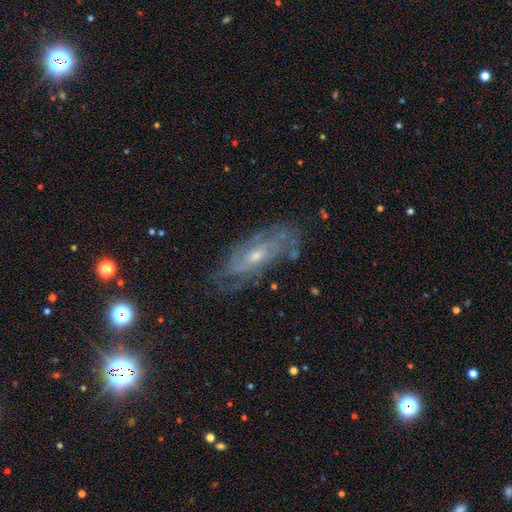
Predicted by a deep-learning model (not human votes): Smooth or featured?
  - featured or disk: 79% *
  - smooth: 12%
  - star or artifact: 10%
Edge-on disk?
  - no: 87% *
  - yes: 13%
Bar?
  - no: 55% *
  - weak: 36%
  - strong: 9%
Spiral arms?
  - yes: 90% *
  - no: 10%
Spiral winding?
  - tight: 54% *
  - medium: 35%
  - loose: 11%
Spiral arm count?
  - can't tell: 47% *
  - 2: 27%
  - 3: 11%
  - 4: 7%
  - 1: 5%
  - more than 4: 4%
Bulge size?
  - small: 61% *
  - moderate: 35%
  - none: 2%
  - large: 1%
  - dominant: 1%
Merging?
  - none: 74% *
  - minor disturbance: 18%
  - major disturbance: 6%
  - merger: 2%